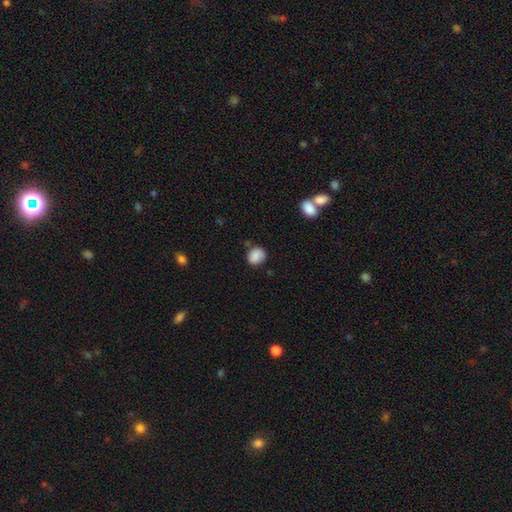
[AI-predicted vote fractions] Q: Smooth or featured?
A: smooth (86%); runner-up: star or artifact (8%)
Q: How rounded?
A: round (69%); runner-up: in between (30%)
Q: Merging?
A: none (75%); runner-up: minor disturbance (17%)